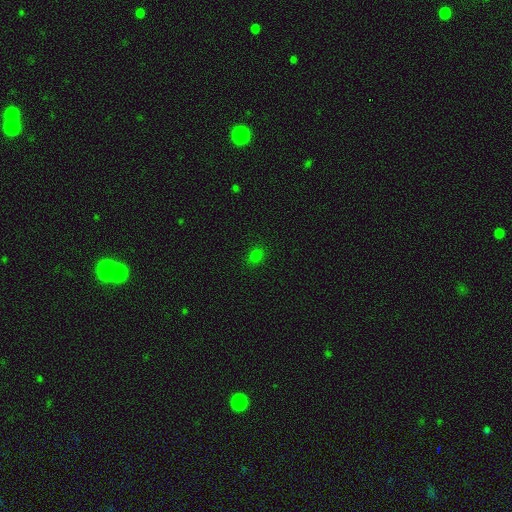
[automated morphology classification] This appears to be a smooth galaxy with no disk features (78%) that is round (58%). Merging: none (88%).